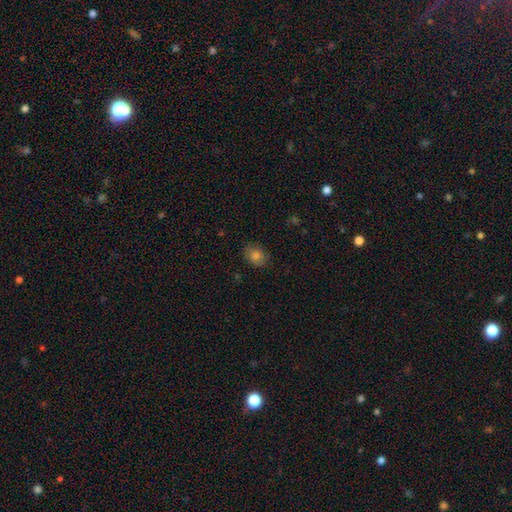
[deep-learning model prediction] A smooth galaxy with no disk features (80%) that is in between round and cigar-shaped (61%). Merging: none (85%).